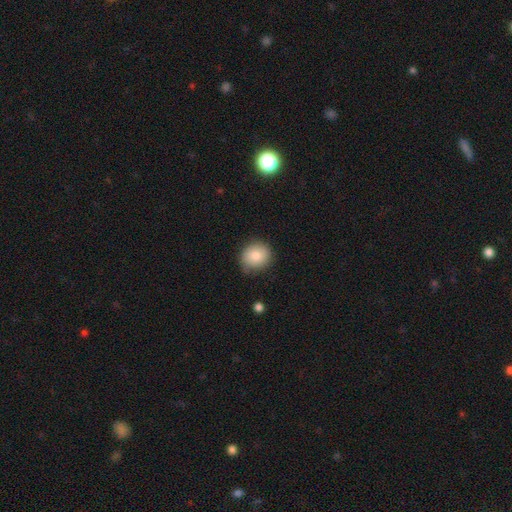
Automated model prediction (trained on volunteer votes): Q: Smooth or featured?
A: smooth (83%); runner-up: featured or disk (9%)
Q: How rounded?
A: round (80%); runner-up: in between (19%)
Q: Merging?
A: none (79%); runner-up: minor disturbance (17%)